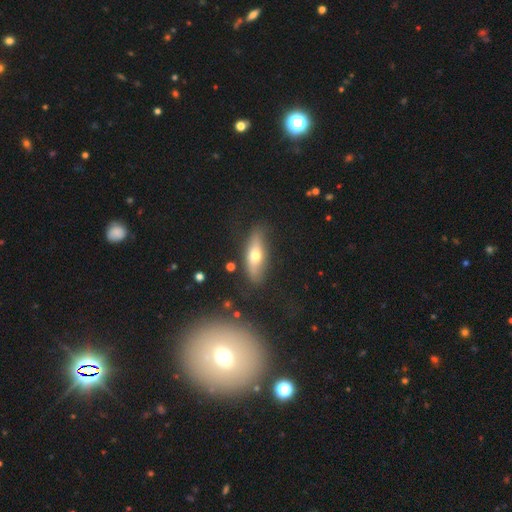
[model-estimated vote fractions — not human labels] Morphology: type=smooth (57%); roundness=in between (54%); merging=none (80%).